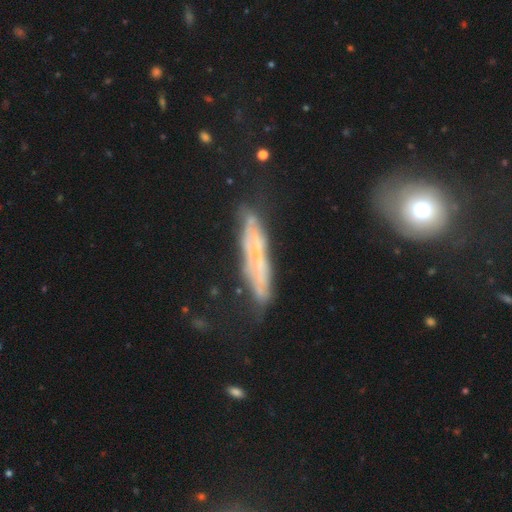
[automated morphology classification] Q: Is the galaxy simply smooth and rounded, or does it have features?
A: featured or disk — 54%.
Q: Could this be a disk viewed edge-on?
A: yes — 62%.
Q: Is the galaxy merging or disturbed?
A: none — 61%.